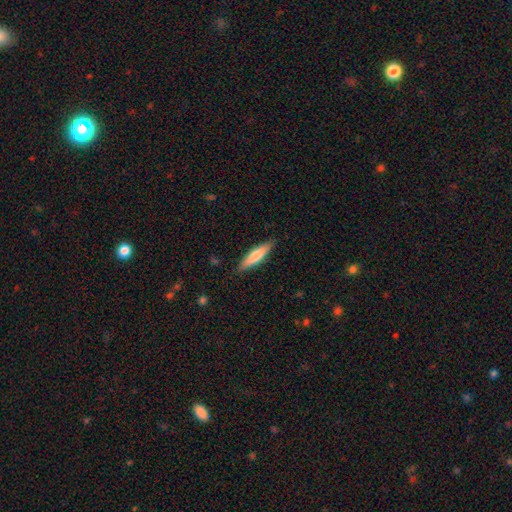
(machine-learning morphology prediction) Smooth or featured? smooth (72%)
How rounded? cigar-shaped (78%)
Merging? none (87%)